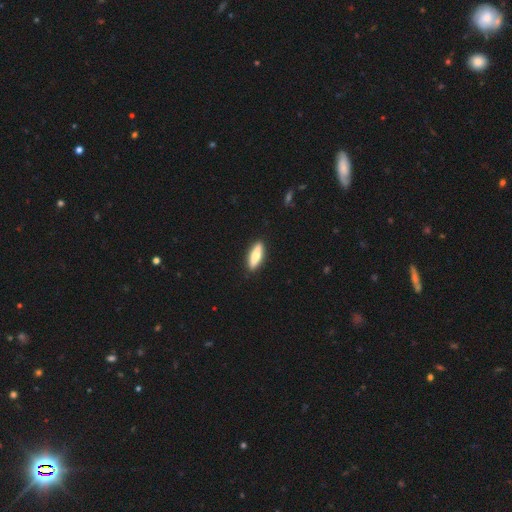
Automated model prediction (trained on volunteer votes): This is likely a smooth galaxy (63%). How rounded: possibly cigar-shaped (51%). Merging: clearly none (90%).